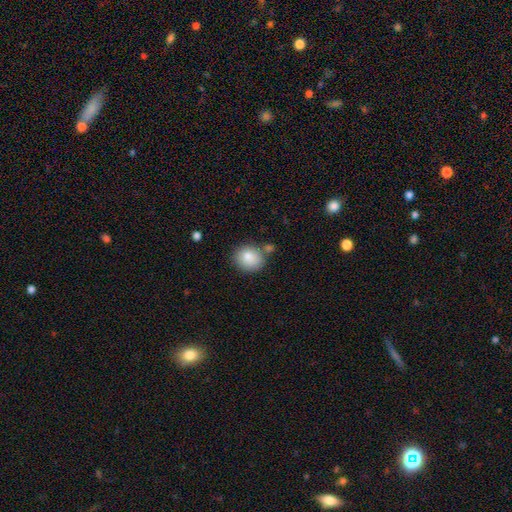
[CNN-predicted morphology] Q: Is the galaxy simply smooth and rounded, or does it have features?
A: smooth — 83%.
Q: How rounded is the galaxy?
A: round — 64%.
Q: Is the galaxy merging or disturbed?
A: none — 72%.